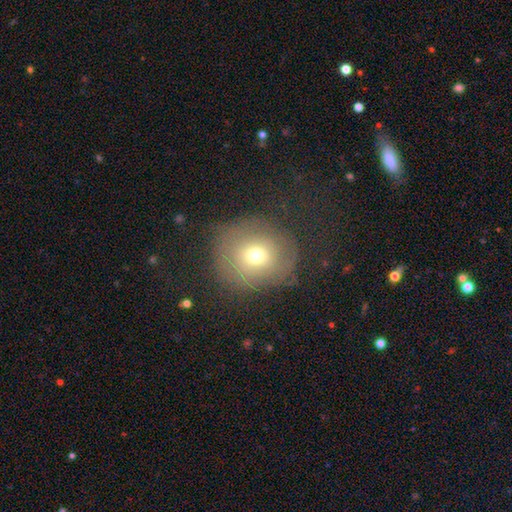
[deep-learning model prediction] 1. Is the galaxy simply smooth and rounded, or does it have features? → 63% smooth, 23% featured or disk, 14% star or artifact.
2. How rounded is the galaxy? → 85% round, 14% in between, 1% cigar-shaped.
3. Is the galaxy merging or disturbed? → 71% none, 16% minor disturbance, 11% major disturbance, 1% merger.